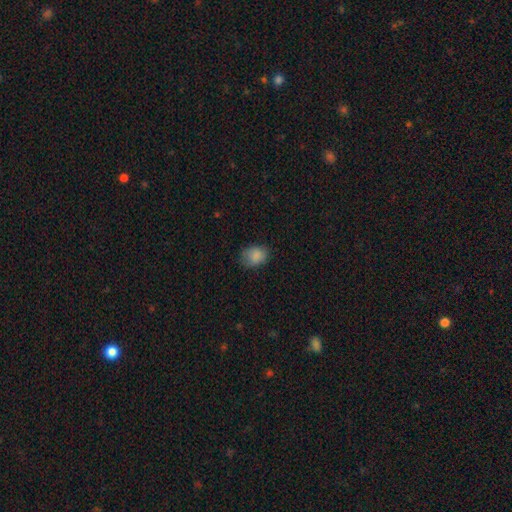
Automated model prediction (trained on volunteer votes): Morphology: type=smooth (86%); roundness=in between (54%); merging=none (74%).